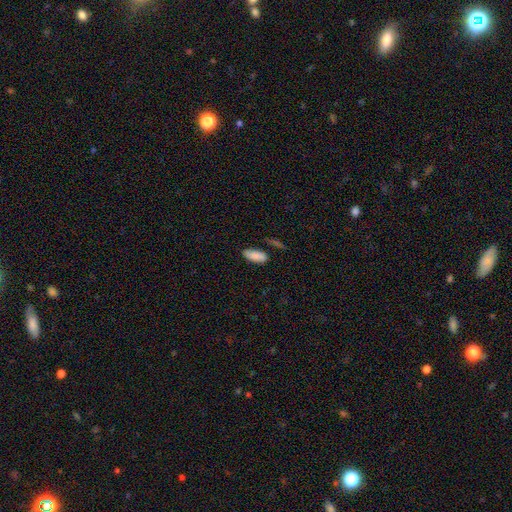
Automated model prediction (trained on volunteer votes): This is clearly a smooth galaxy (85%). How rounded: clearly in between (84%). Merging: likely none (73%).